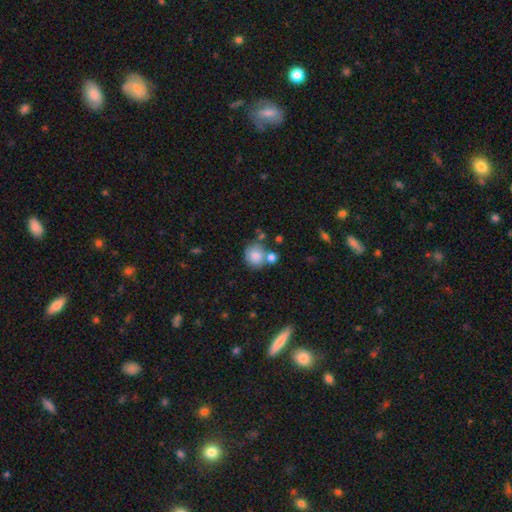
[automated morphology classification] smooth-or-featured: smooth: 80% | featured or disk: 12% | star or artifact: 8%
  how-rounded: round: 84% | in between: 15% | cigar-shaped: 1%
  merging: none: 53% | merger: 27% | minor disturbance: 15% | major disturbance: 5%